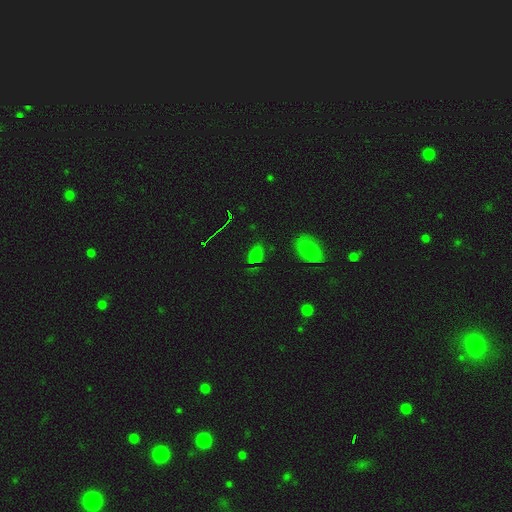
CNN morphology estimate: smooth-or-featured: smooth: 62% | star or artifact: 29% | featured or disk: 9%
  how-rounded: in between: 83% | round: 13% | cigar-shaped: 4%
  merging: none: 68% | minor disturbance: 20% | major disturbance: 7% | merger: 4%